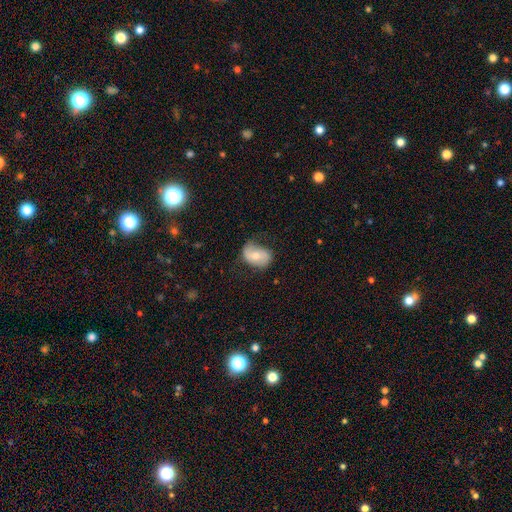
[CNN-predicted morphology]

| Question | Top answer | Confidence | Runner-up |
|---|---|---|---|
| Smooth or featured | smooth | 47% | featured or disk (46%) |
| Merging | none | 56% | minor disturbance (31%) |